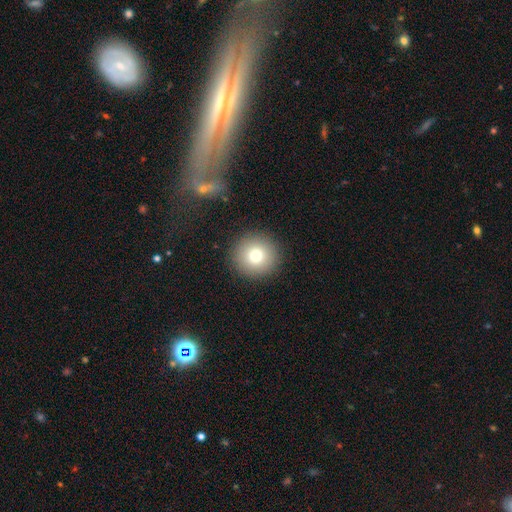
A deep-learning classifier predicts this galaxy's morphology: Smooth or featured? Predicted: smooth (p=0.77). How rounded? Predicted: round (p=0.94). Merging? Predicted: none (p=0.91).